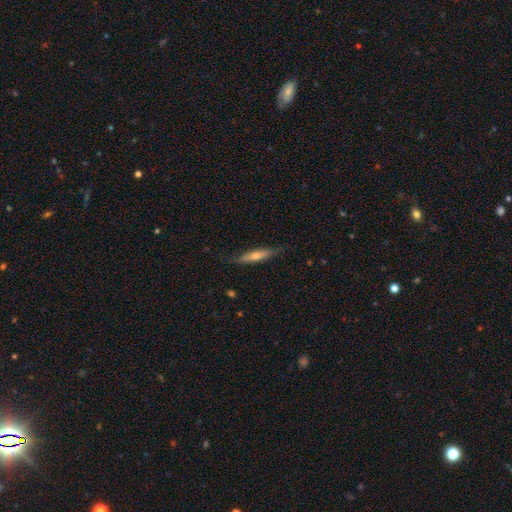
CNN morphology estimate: smooth-or-featured: featured or disk: 54% | smooth: 40% | star or artifact: 6%
  disk-edge-on: yes: 90% | no: 10%
  merging: none: 80% | minor disturbance: 16% | major disturbance: 3% | merger: 1%